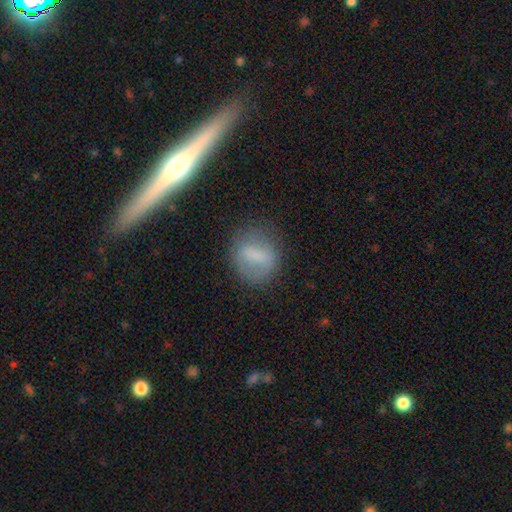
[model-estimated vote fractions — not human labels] This is likely a smooth galaxy (65%). How rounded: possibly round (53%). Merging: likely none (67%).